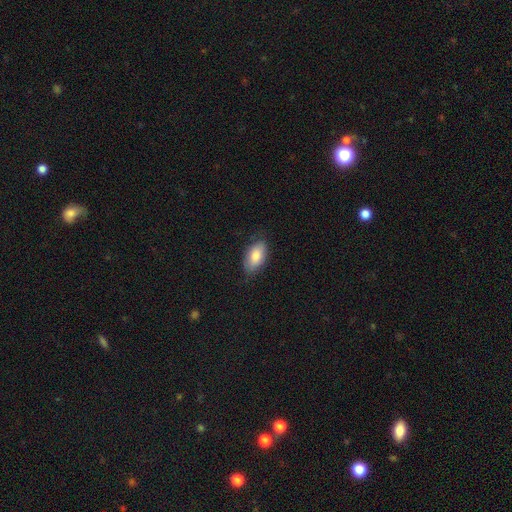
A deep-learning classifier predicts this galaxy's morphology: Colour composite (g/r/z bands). It shows a smooth galaxy with no disk features (82%) that is in between round and cigar-shaped (93%). Merging: none (79%).